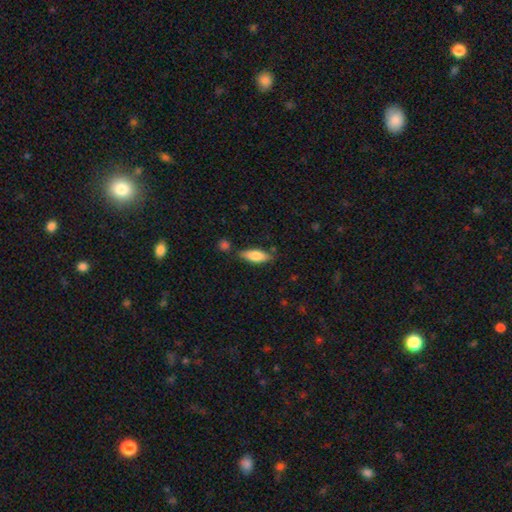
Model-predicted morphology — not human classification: Smooth or featured: smooth — 78% (featured or disk — 15%)
How rounded: in between — 68% (cigar-shaped — 30%)
Merging: none — 75% (minor disturbance — 16%)